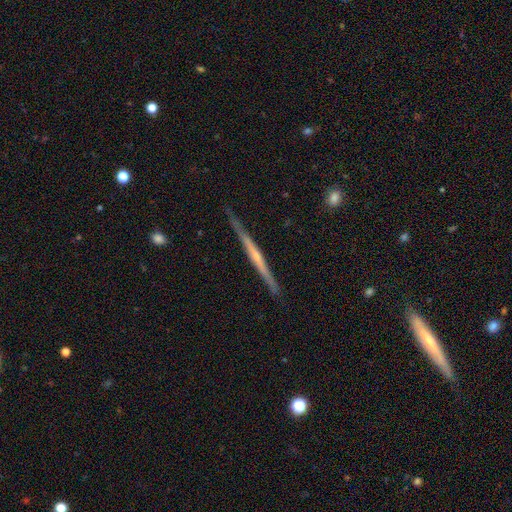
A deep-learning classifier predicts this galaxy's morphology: Smooth or featured? featured or disk (76%)
Edge-on disk? yes (98%)
Edge-on bulge? rounded (52%)
Merging? none (85%)